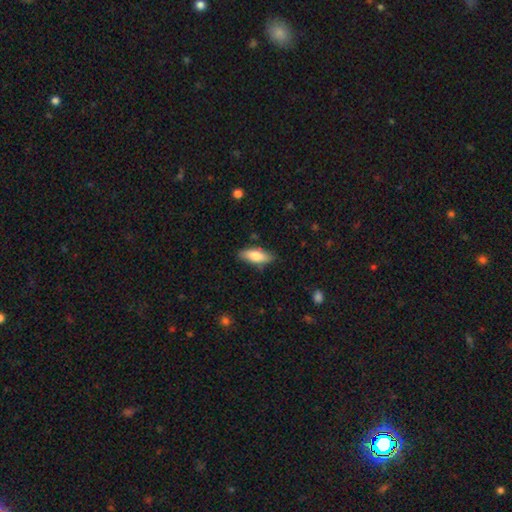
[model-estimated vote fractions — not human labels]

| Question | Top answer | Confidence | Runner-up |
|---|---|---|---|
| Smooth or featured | smooth | 75% | featured or disk (19%) |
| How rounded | in between | 69% | cigar-shaped (28%) |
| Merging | none | 81% | minor disturbance (15%) |